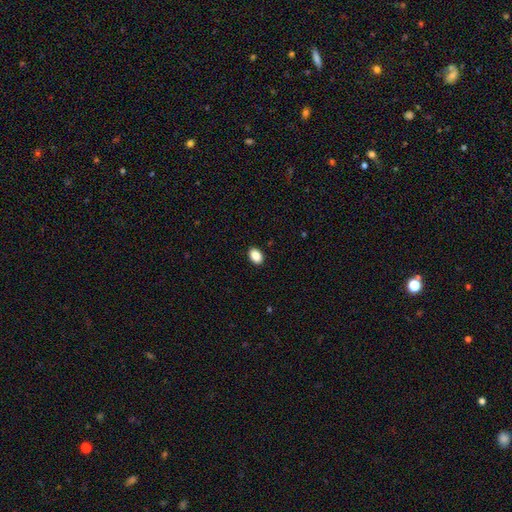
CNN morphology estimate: smooth_or_featured: smooth (p=0.89) [alt: star or artifact p=0.08]
how_rounded: in between (p=0.83) [alt: round p=0.16]
merging: none (p=0.91) [alt: minor disturbance p=0.07]